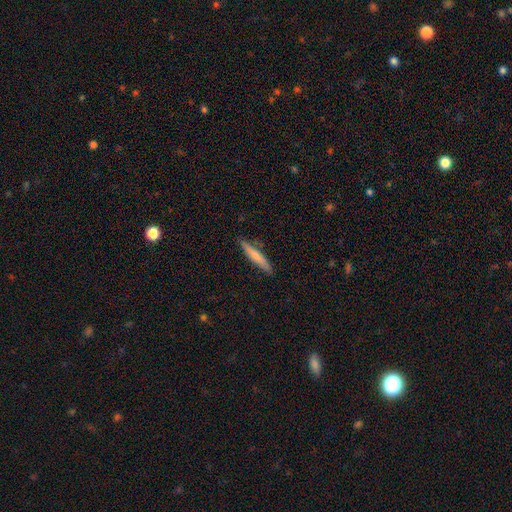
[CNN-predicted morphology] Smooth or featured: smooth — 67% (featured or disk — 27%)
How rounded: cigar-shaped — 93% (in between — 6%)
Merging: none — 85% (minor disturbance — 11%)